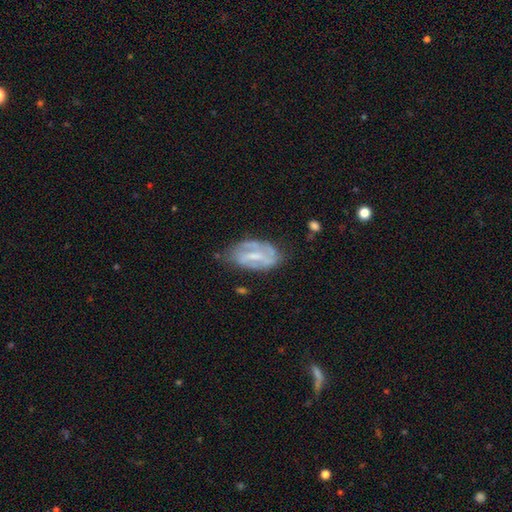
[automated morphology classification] Overall: featured or disk (71%). Edge-on disk: no (95%). Bar: weak (47%; strong 27%). Spiral arms: yes (75%). Spiral arm count: 2 (49%; can't tell 31%). Spiral winding: tight (42%; medium 40%). Bulge size: small (43%; moderate 29%). Merging: none (55%; minor disturbance 28%).